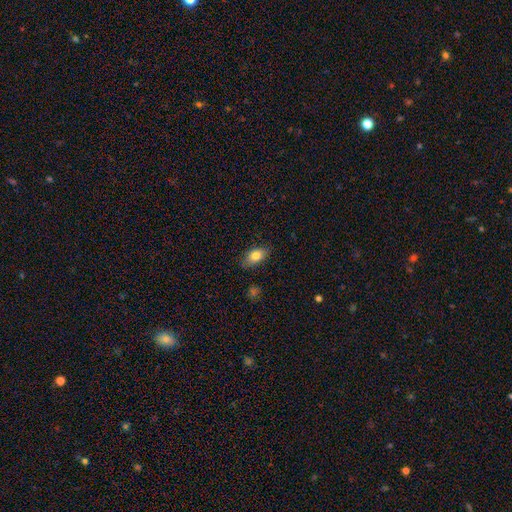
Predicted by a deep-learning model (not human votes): Morphology: type=smooth (80%); roundness=in between (88%); merging=none (82%).